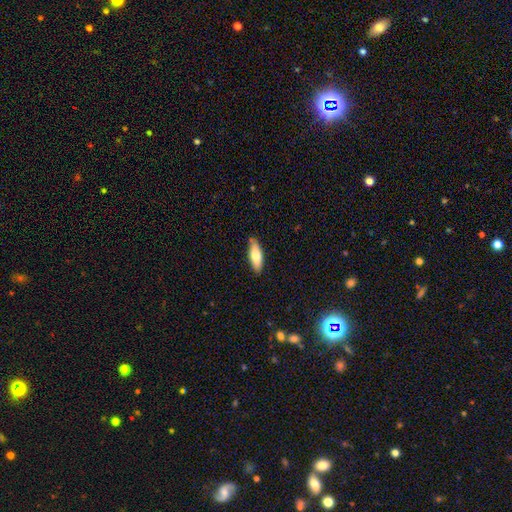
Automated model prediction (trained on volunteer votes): smooth_or_featured: smooth (p=0.70) [alt: featured or disk p=0.24]
how_rounded: in between (p=0.63) [alt: cigar-shaped p=0.35]
merging: none (p=0.84) [alt: minor disturbance p=0.13]